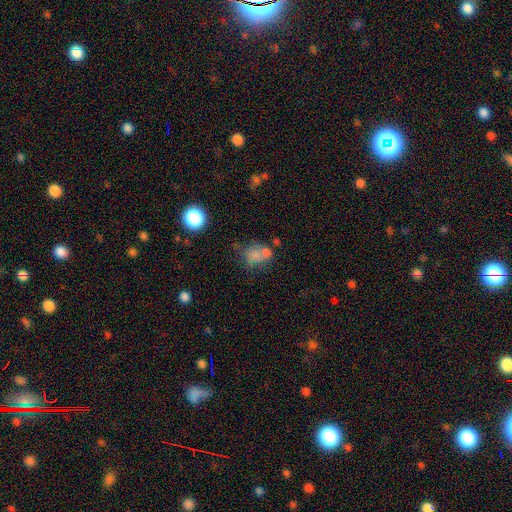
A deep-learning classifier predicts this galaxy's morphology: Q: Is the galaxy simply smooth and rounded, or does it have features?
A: smooth — 68%.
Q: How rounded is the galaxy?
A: round — 50%.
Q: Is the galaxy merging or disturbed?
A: none — 39%.